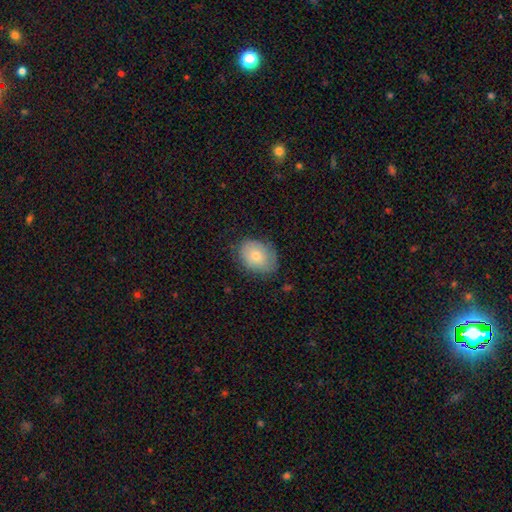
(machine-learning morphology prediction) Q: Smooth or featured?
A: smooth (69%); runner-up: featured or disk (24%)
Q: How rounded?
A: in between (58%); runner-up: round (41%)
Q: Merging?
A: none (70%); runner-up: minor disturbance (22%)